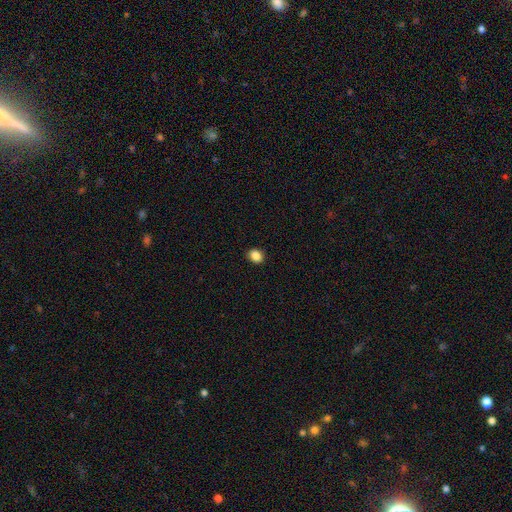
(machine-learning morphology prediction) smooth 87%, star or artifact 10%, featured or disk 4%. Down the decision tree: how rounded — round (50%); merging — none (90%).